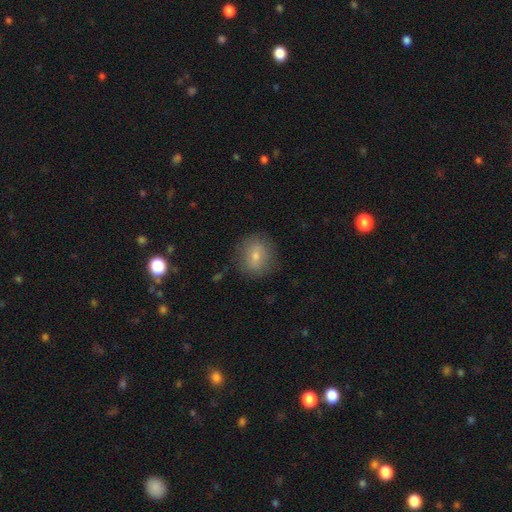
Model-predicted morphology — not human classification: Q: Smooth or featured?
A: smooth (70%); runner-up: featured or disk (21%)
Q: How rounded?
A: round (70%); runner-up: in between (29%)
Q: Merging?
A: none (83%); runner-up: minor disturbance (12%)